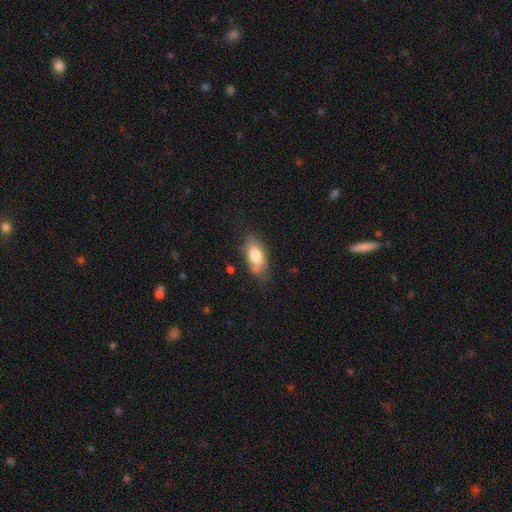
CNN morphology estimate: This appears to be a smooth galaxy with no disk features (77%) that is in between round and cigar-shaped (87%). Merging: none (69%).